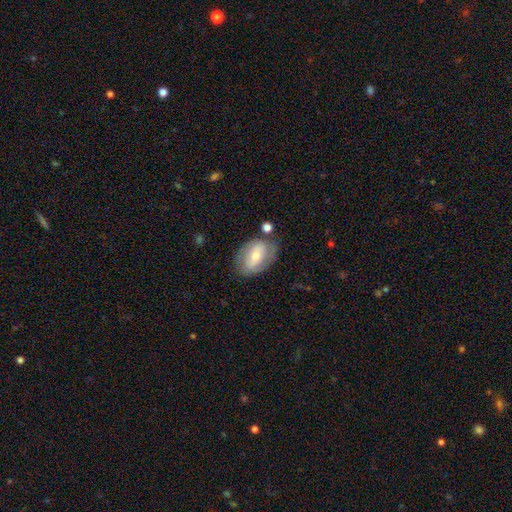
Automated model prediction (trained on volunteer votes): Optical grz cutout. It shows a smooth galaxy with no disk features (50%). Merging: none (69%).